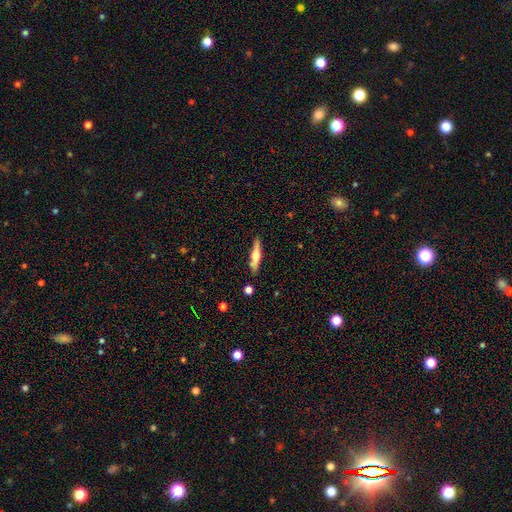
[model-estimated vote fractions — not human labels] This appears to be a featured or disk galaxy (55%) viewed edge-on (94%) with a rounded central bulge (90%). Merging: none (85%).